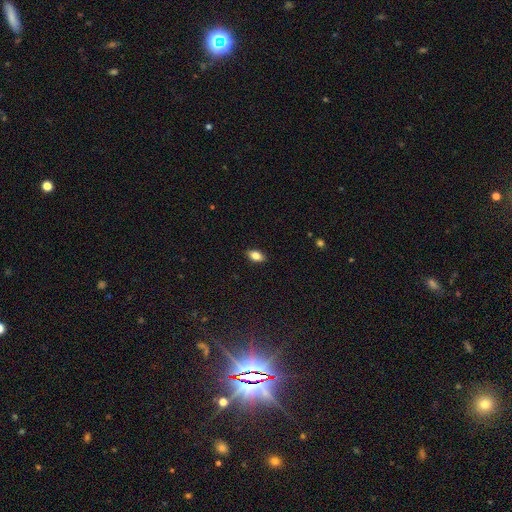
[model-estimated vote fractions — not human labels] Q: Smooth or featured?
A: smooth (82%); runner-up: featured or disk (9%)
Q: How rounded?
A: in between (89%); runner-up: round (7%)
Q: Merging?
A: none (89%); runner-up: minor disturbance (9%)